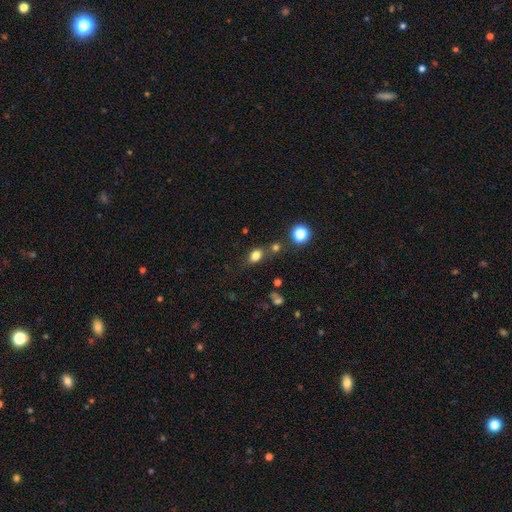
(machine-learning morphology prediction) A smooth galaxy with no disk features (79%) that is in between round and cigar-shaped (64%).

Vote fractions:
- Smooth or featured? smooth: 79% / star or artifact: 14% / featured or disk: 7%
- How rounded? in between: 64% / round: 35% / cigar-shaped: 2%
- Merging? none: 66% / minor disturbance: 15% / merger: 14% / major disturbance: 5%